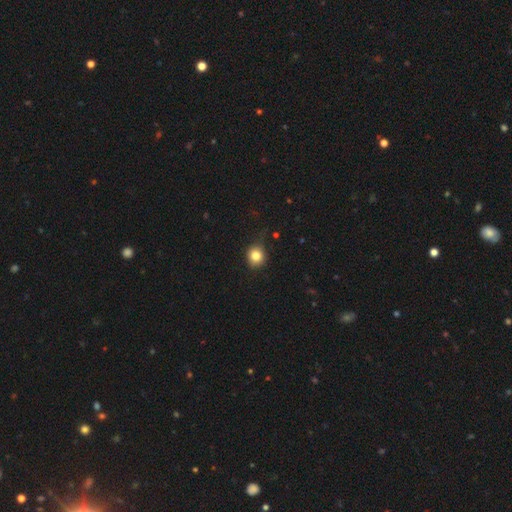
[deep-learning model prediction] Overall: smooth (82%). How rounded: round (82%). Merging: none (75%).